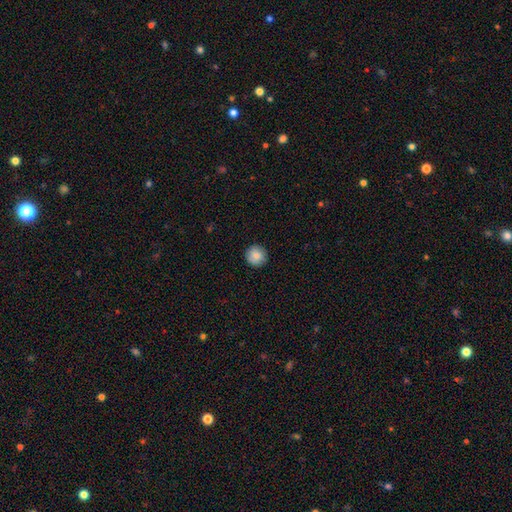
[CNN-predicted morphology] Overall: smooth (85%). How rounded: round (95%). Merging: none (91%).